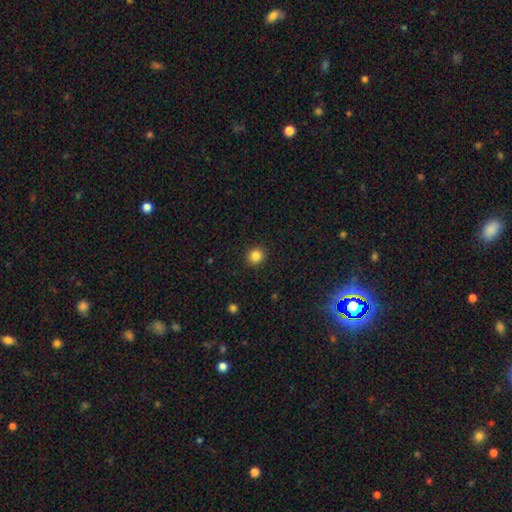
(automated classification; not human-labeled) A smooth galaxy with no disk features (84%) that is round (89%).

Vote fractions:
- Smooth or featured? smooth: 84% / star or artifact: 11% / featured or disk: 4%
- How rounded? round: 89% / in between: 10% / cigar-shaped: 1%
- Merging? none: 92% / minor disturbance: 5% / major disturbance: 2% / merger: 1%